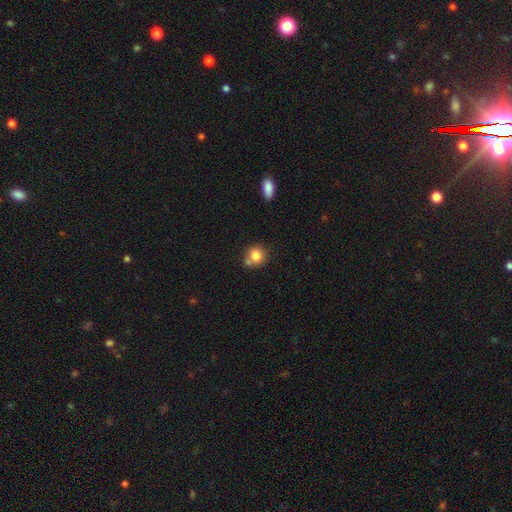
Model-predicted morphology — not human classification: Q: Smooth or featured?
A: smooth (81%); runner-up: star or artifact (10%)
Q: How rounded?
A: round (84%); runner-up: in between (15%)
Q: Merging?
A: none (59%); runner-up: merger (25%)